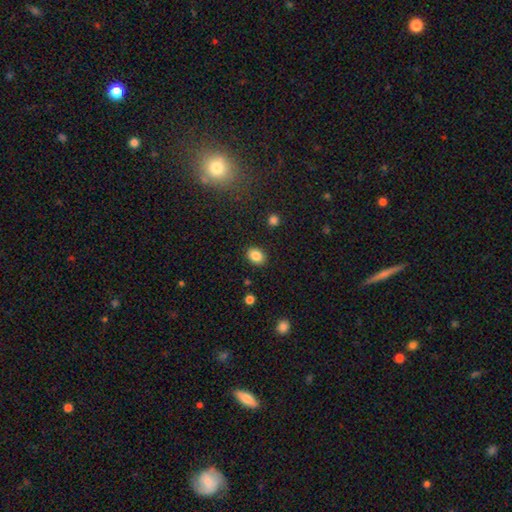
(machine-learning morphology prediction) type=smooth (85%); roundness=in between (69%); merging=none (88%).